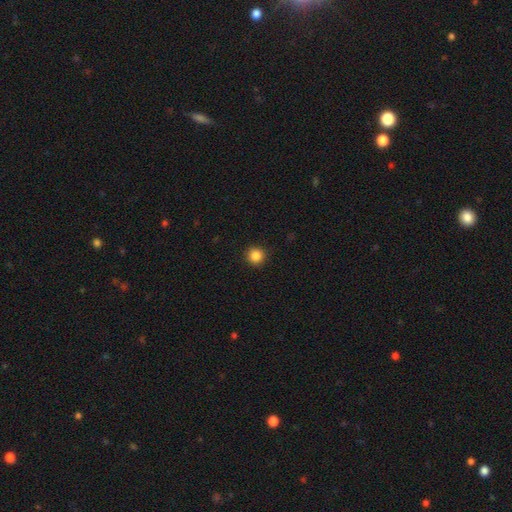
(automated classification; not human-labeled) smooth_or_featured: smooth (p=0.86) [alt: star or artifact p=0.11]
how_rounded: round (p=0.94) [alt: in between p=0.05]
merging: none (p=0.91) [alt: minor disturbance p=0.06]